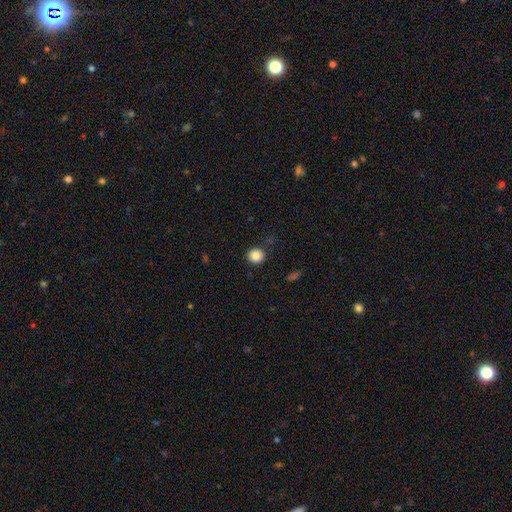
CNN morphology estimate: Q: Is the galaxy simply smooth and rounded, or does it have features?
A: smooth — 86%.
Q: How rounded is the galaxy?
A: round — 88%.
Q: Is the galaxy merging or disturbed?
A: none — 87%.